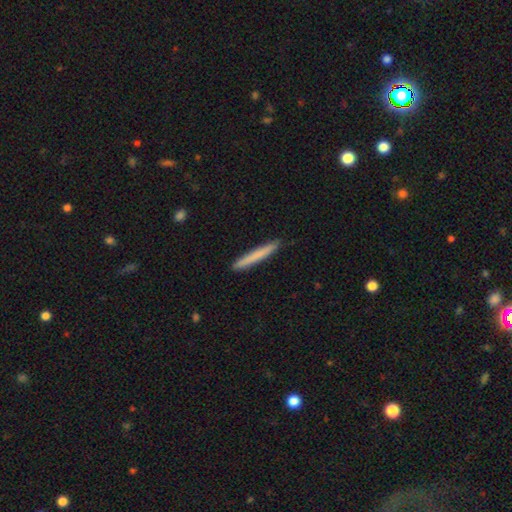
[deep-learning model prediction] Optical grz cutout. It shows a smooth galaxy with no disk features (74%) that is cigar-shaped (97%). Merging: none (91%).